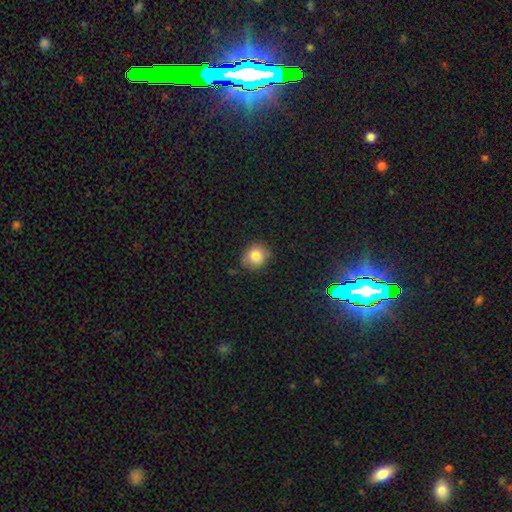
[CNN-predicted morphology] Overall: smooth (81%). How rounded: round (74%). Merging: none (79%).